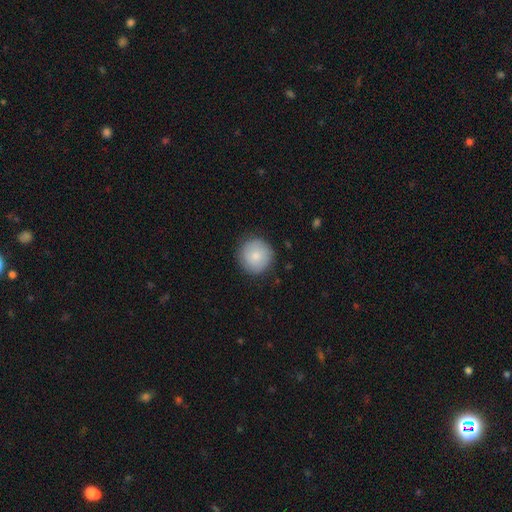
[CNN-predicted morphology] Q: Smooth or featured?
A: smooth (82%); runner-up: featured or disk (12%)
Q: How rounded?
A: round (94%); runner-up: in between (5%)
Q: Merging?
A: none (87%); runner-up: minor disturbance (10%)